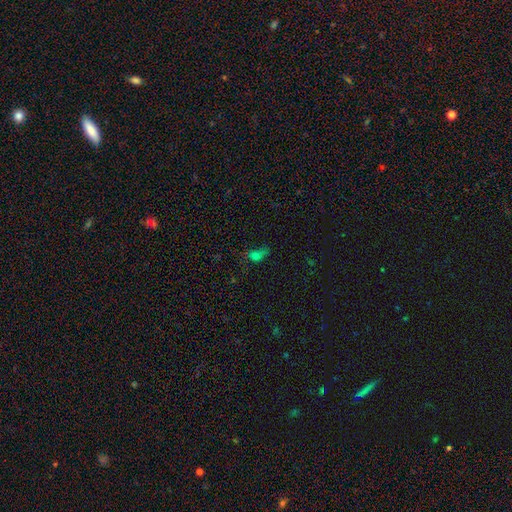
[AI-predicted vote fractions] Smooth or featured?
  - smooth: 61% *
  - star or artifact: 26%
  - featured or disk: 13%
How rounded?
  - in between: 66% *
  - round: 26%
  - cigar-shaped: 8%
Merging?
  - none: 37% *
  - minor disturbance: 29%
  - major disturbance: 27%
  - merger: 7%